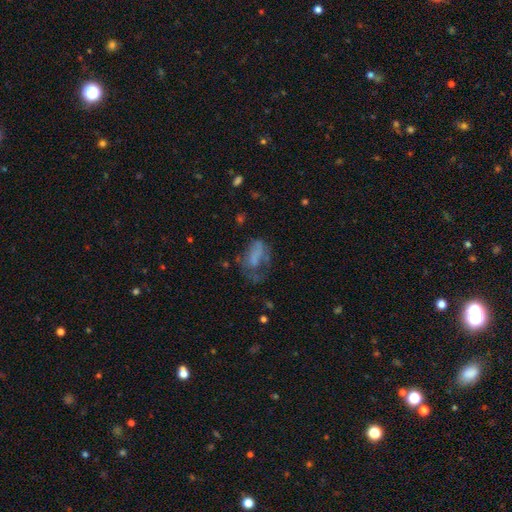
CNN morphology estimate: Q: Smooth or featured?
A: smooth (52%); runner-up: featured or disk (33%)
Q: How rounded?
A: in between (84%); runner-up: round (11%)
Q: Merging?
A: major disturbance (42%); runner-up: none (30%)